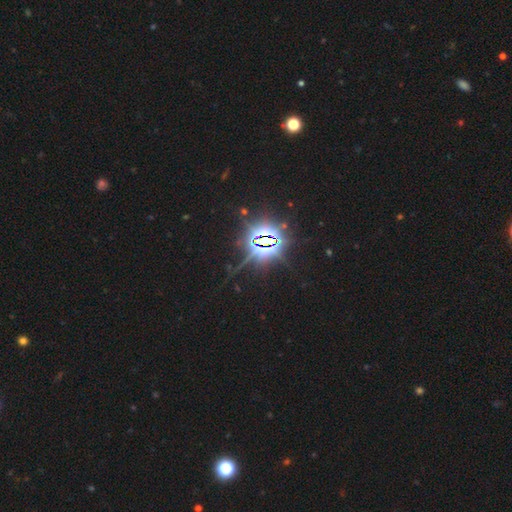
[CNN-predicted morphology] type=star or artifact (86%).